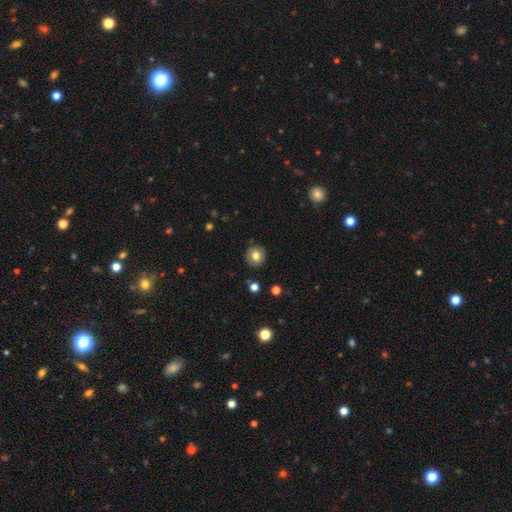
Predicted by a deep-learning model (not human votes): smooth-or-featured: smooth: 76% | featured or disk: 14% | star or artifact: 10%
  how-rounded: round: 88% | in between: 11% | cigar-shaped: 1%
  merging: none: 88% | minor disturbance: 9% | major disturbance: 2% | merger: 1%